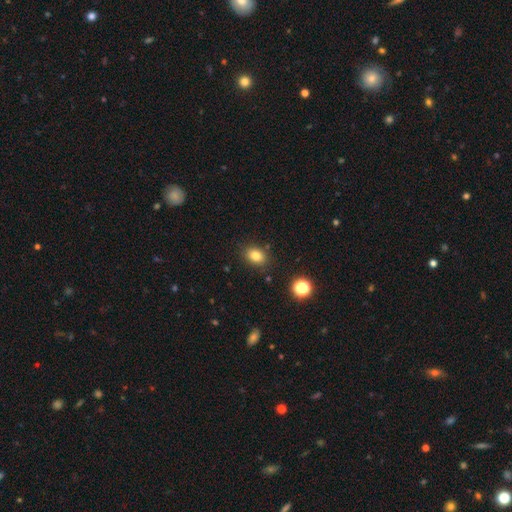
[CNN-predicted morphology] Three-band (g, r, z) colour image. It shows a smooth galaxy with no disk features (81%) that is in between round and cigar-shaped (66%). Merging: none (84%).